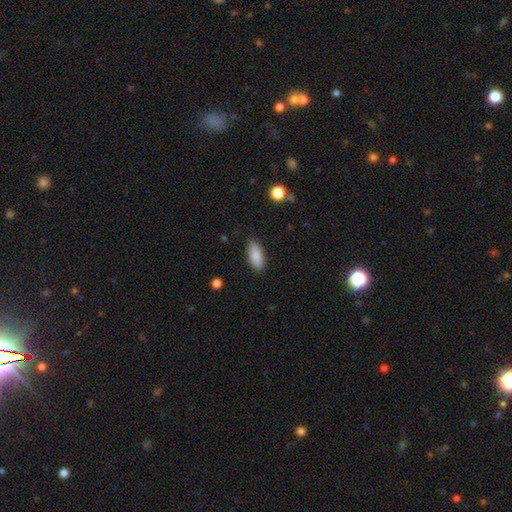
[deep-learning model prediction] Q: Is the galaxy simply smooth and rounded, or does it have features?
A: smooth — 87%.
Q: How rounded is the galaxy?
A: in between — 77%.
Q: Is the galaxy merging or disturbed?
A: none — 84%.